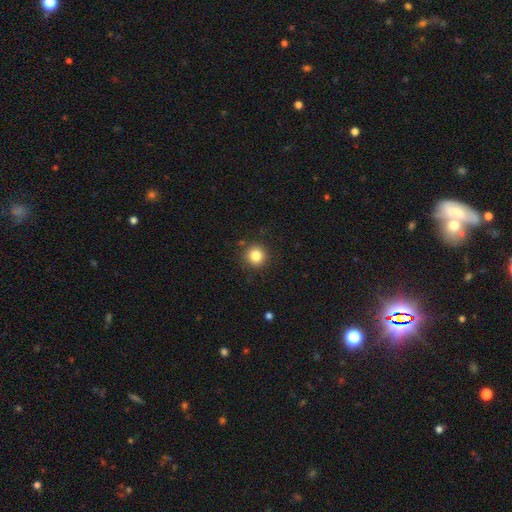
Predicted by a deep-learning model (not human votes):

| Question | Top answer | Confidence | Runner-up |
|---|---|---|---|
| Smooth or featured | smooth | 83% | star or artifact (11%) |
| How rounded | round | 93% | in between (6%) |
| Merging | none | 88% | minor disturbance (8%) |